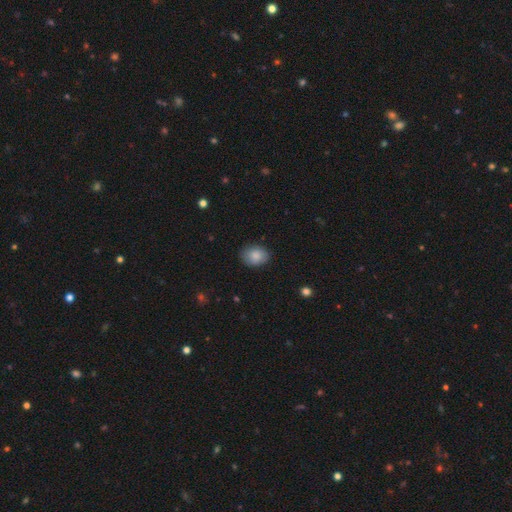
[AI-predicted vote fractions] A smooth galaxy with no disk features (86%) that is in between round and cigar-shaped (64%).

Vote fractions:
- Smooth or featured? smooth: 86% / star or artifact: 7% / featured or disk: 6%
- How rounded? in between: 64% / round: 35% / cigar-shaped: 1%
- Merging? none: 86% / minor disturbance: 11% / major disturbance: 2% / merger: 1%